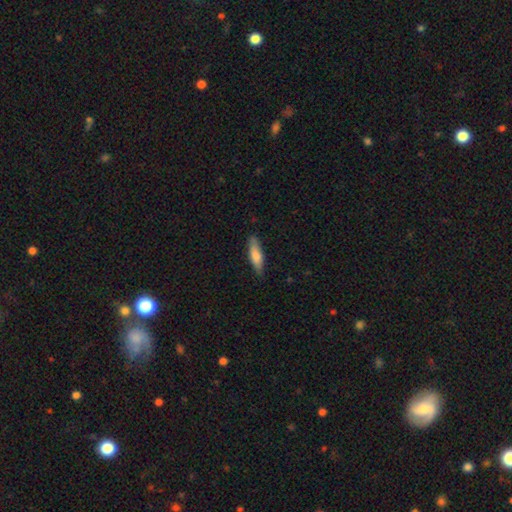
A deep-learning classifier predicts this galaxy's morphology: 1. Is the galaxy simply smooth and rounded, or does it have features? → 73% smooth, 22% featured or disk, 6% star or artifact.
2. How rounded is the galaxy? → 61% cigar-shaped, 37% in between, 2% round.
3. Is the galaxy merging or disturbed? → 82% none, 14% minor disturbance, 2% major disturbance, 1% merger.